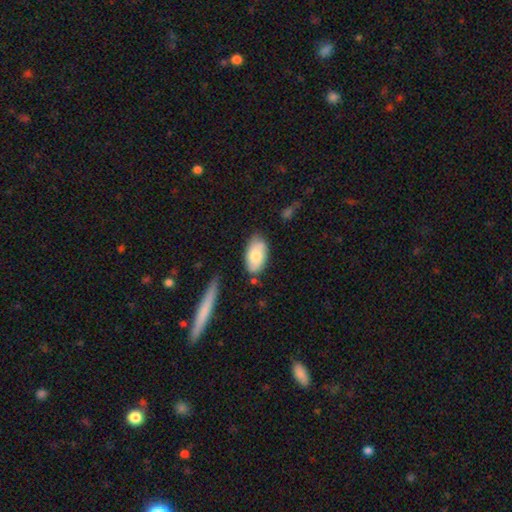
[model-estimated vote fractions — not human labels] The model was most divided on "merging": none: 71%, minor disturbance: 20%, merger: 5%, major disturbance: 4%. More confident: how rounded — in between (94%); smooth or featured — smooth (74%).